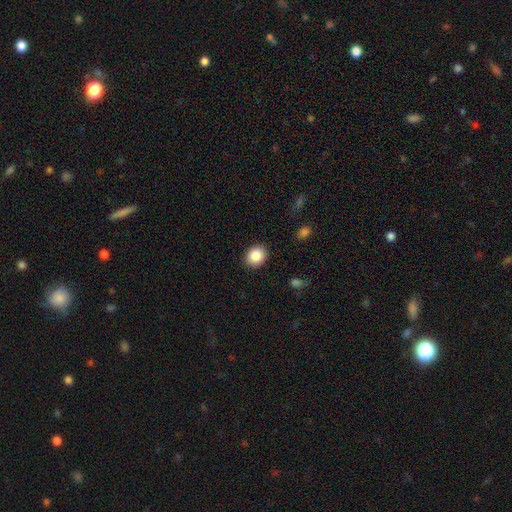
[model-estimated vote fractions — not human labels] Smooth or featured? Predicted: smooth (p=0.87). How rounded? Predicted: round (p=0.64). Merging? Predicted: none (p=0.90).